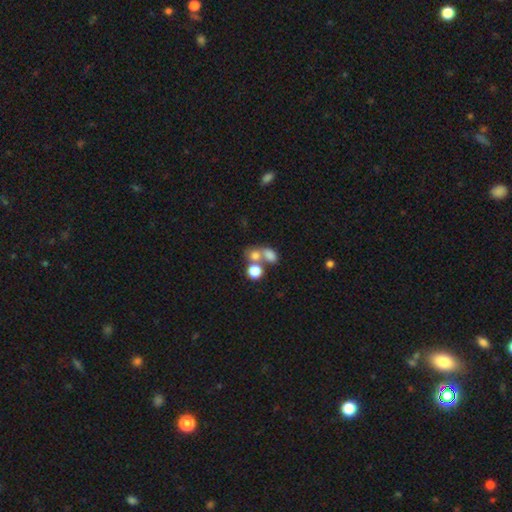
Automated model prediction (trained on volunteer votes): smooth_or_featured: smooth (p=0.71) [alt: star or artifact p=0.15]
how_rounded: round (p=0.62) [alt: in between p=0.36]
merging: merger (p=0.53) [alt: none p=0.34]